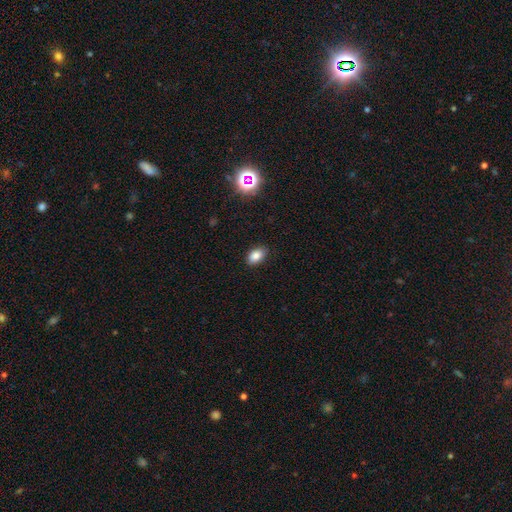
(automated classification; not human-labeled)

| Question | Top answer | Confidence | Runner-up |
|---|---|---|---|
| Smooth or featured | smooth | 83% | star or artifact (11%) |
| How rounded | in between | 87% | round (11%) |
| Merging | none | 87% | minor disturbance (10%) |